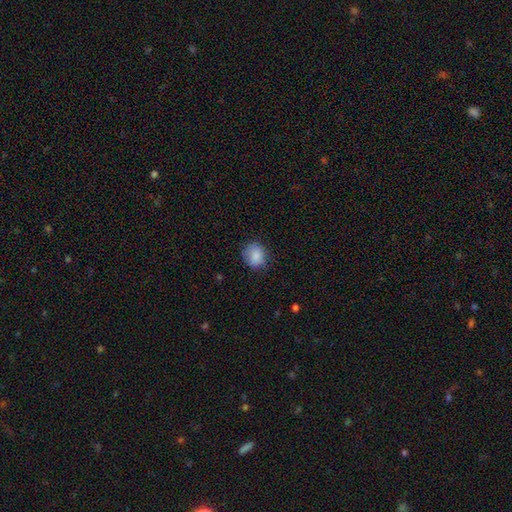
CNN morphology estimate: This is clearly a smooth galaxy (86%). How rounded: likely round (65%). Merging: likely none (76%).